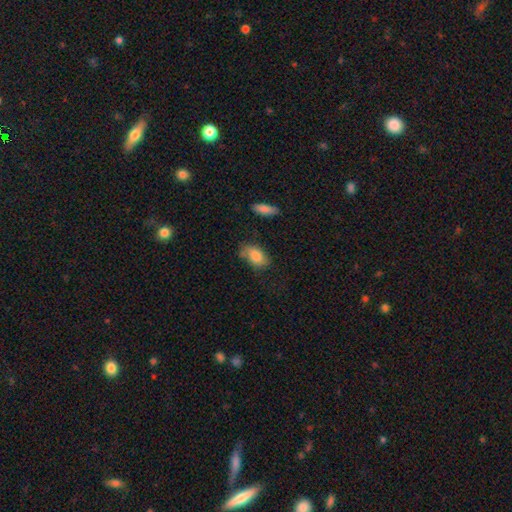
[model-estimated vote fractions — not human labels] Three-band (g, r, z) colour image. It shows a smooth galaxy with no disk features (82%) that is in between round and cigar-shaped (90%). Merging: none (60%).